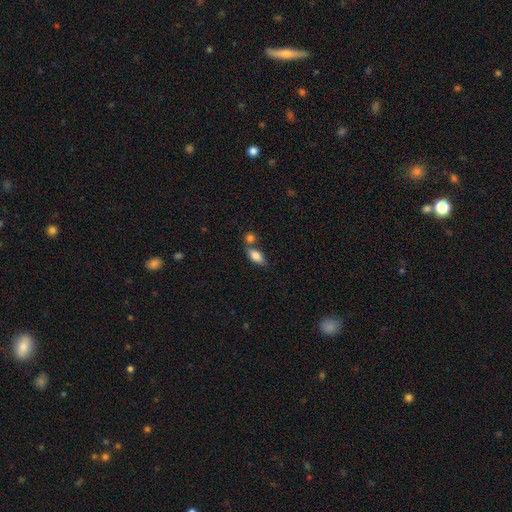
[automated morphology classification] A smooth galaxy with no disk features (79%) that is in between round and cigar-shaped (84%). Merging: none (53%).